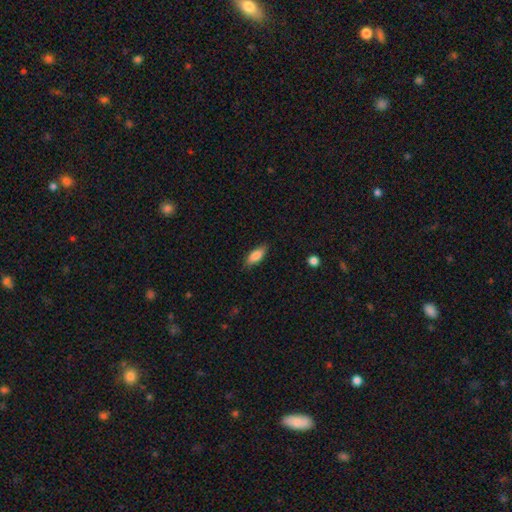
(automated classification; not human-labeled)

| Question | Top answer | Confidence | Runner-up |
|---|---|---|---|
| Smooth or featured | smooth | 83% | featured or disk (11%) |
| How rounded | in between | 78% | cigar-shaped (20%) |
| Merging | none | 83% | minor disturbance (13%) |